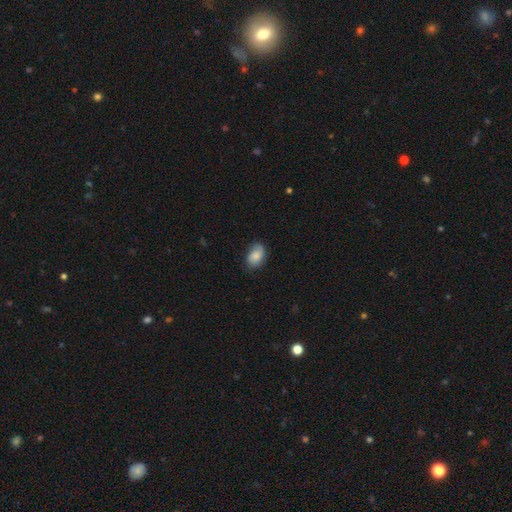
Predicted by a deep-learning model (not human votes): smooth-or-featured: smooth: 76% | featured or disk: 17% | star or artifact: 7%
  how-rounded: in between: 86% | round: 13% | cigar-shaped: 1%
  merging: none: 70% | minor disturbance: 24% | major disturbance: 5% | merger: 1%